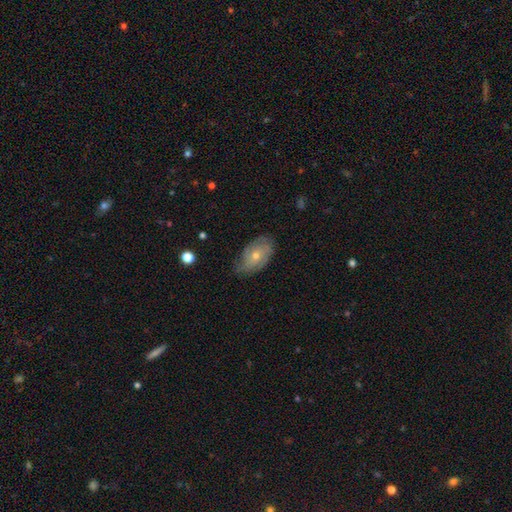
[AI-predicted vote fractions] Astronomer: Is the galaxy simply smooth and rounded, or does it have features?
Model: featured or disk — 62%.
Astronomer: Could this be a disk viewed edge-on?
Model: no — 93%.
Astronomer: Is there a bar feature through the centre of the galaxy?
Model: no — 79%.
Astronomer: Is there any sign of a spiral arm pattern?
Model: yes — 83%.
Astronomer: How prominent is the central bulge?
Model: moderate — 48%, tied with small at 48%.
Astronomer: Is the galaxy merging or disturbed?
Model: none — 72%.